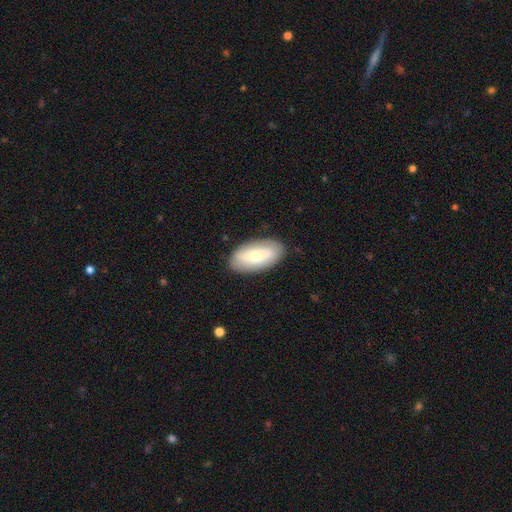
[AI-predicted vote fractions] Smooth or featured? smooth (62%)
How rounded? in between (92%)
Merging? none (86%)